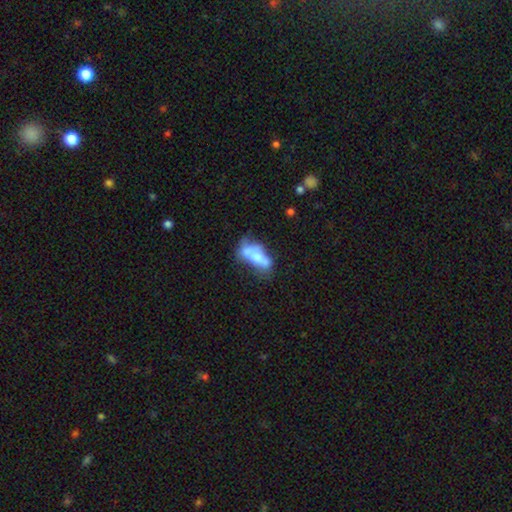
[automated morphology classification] Smooth or featured?
  - smooth: 53% *
  - featured or disk: 38%
  - star or artifact: 10%
How rounded?
  - in between: 79% *
  - cigar-shaped: 17%
  - round: 4%
Merging?
  - merger: 32% *
  - none: 27%
  - major disturbance: 21%
  - minor disturbance: 20%